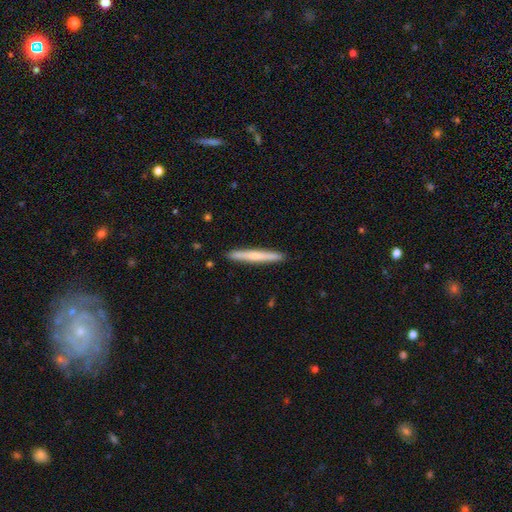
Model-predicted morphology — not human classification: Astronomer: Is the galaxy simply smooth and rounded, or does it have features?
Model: smooth — 59% (runner-up: featured or disk, 36%).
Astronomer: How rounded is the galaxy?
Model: cigar-shaped — 96%.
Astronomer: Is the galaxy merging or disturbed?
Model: none — 92%.